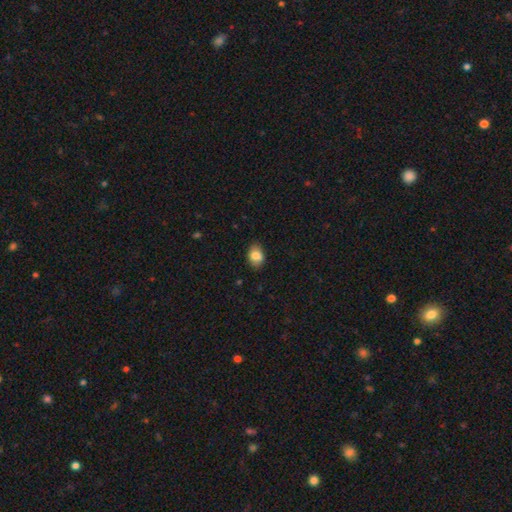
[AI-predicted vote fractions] Morphology: type=smooth (83%); roundness=in between (75%); merging=none (82%).